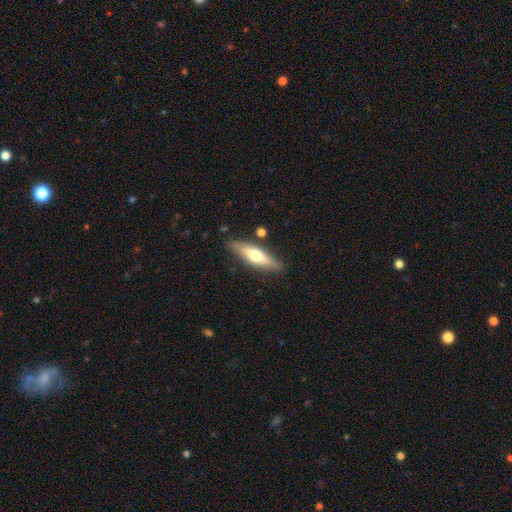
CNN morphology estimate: The model was most divided on "smooth or featured": smooth: 53%, featured or disk: 41%, star or artifact: 6%. More confident: merging — none (83%); how rounded — cigar-shaped (63%).